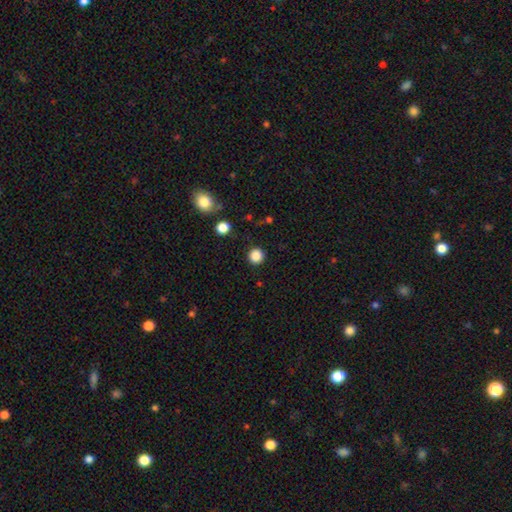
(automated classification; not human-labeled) Smooth or featured? smooth (86%)
How rounded? round (95%)
Merging? none (91%)